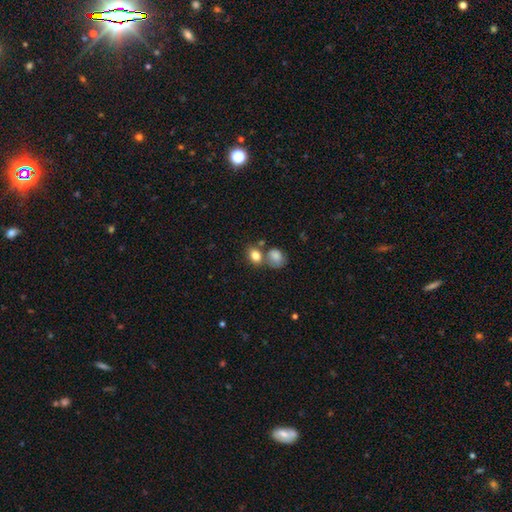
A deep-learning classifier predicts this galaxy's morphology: Smooth or featured: smooth — 82% (star or artifact — 10%)
How rounded: in between — 58% (round — 41%)
Merging: none — 51% (merger — 32%)